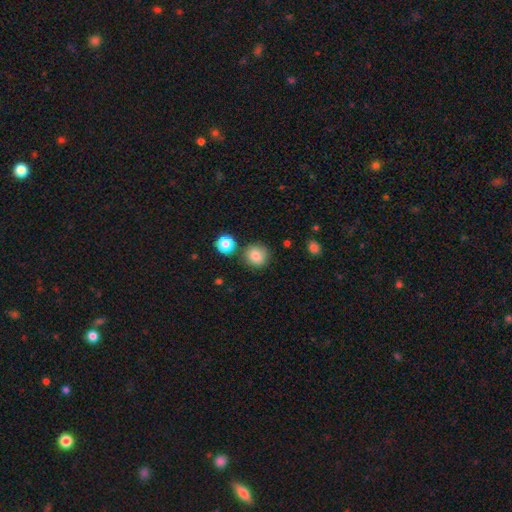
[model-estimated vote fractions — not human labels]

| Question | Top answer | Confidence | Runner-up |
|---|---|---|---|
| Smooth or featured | smooth | 83% | star or artifact (10%) |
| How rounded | round | 88% | in between (11%) |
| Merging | none | 79% | minor disturbance (11%) |